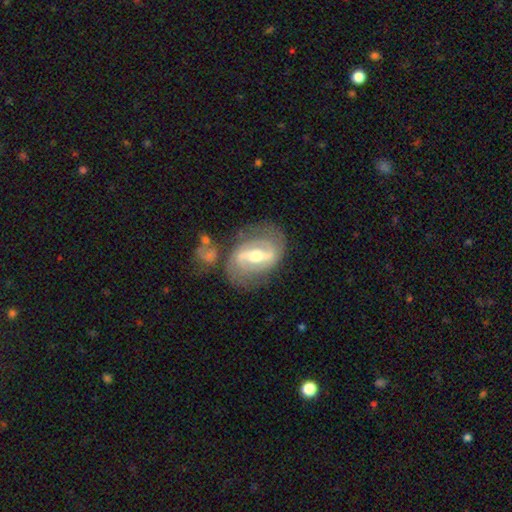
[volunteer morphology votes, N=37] type=featured or disk (97%); edge-on=no (94%); bar=strong (65%); spiral arms=yes (85%); winding=tight (48%); arm count=2 (90%); bulge=moderate (68%); merging=none (67%).